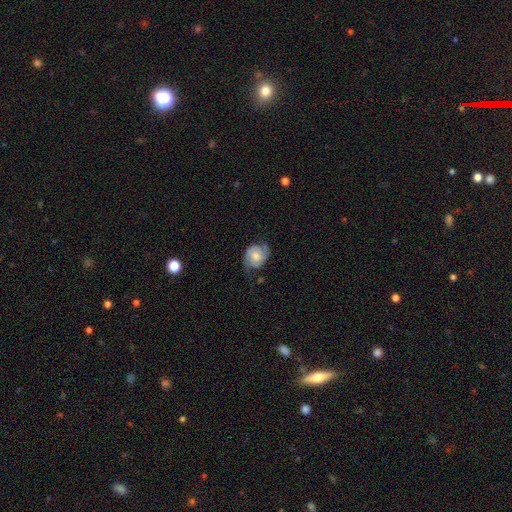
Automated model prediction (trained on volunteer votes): Smooth or featured? featured or disk (64%)
Edge-on disk? no (97%)
Bar? no (68%)
Spiral arms? yes (91%)
Spiral winding? medium (42%)
Spiral arm count? 2 (84%)
Bulge size? moderate (54%)
Merging? none (61%)